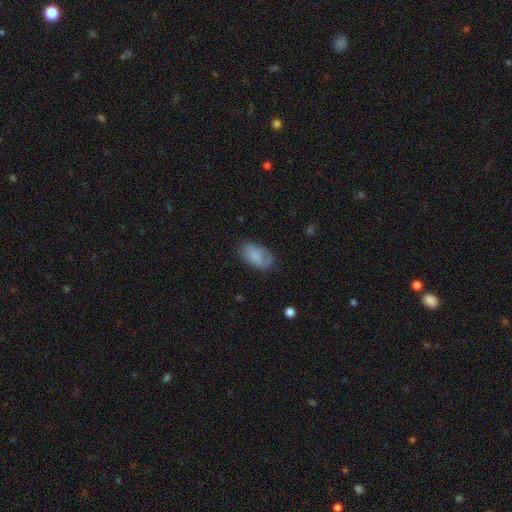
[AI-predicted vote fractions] Morphology: type=smooth (74%); roundness=in between (93%); merging=none (65%).